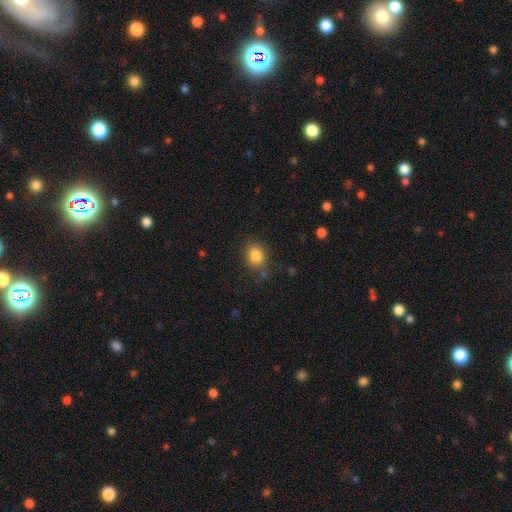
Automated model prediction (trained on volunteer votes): A smooth galaxy with no disk features (84%) that is round (50%). Merging: none (78%).